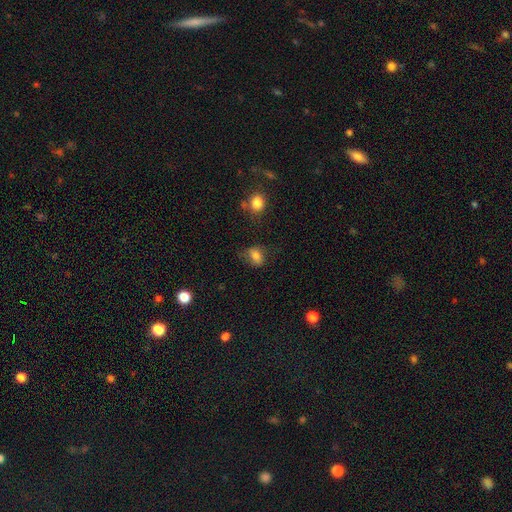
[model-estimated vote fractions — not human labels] The model was most divided on "merging": none: 59%, minor disturbance: 26%, major disturbance: 12%, merger: 3%. More confident: smooth or featured — smooth (75%); how rounded — in between (67%).